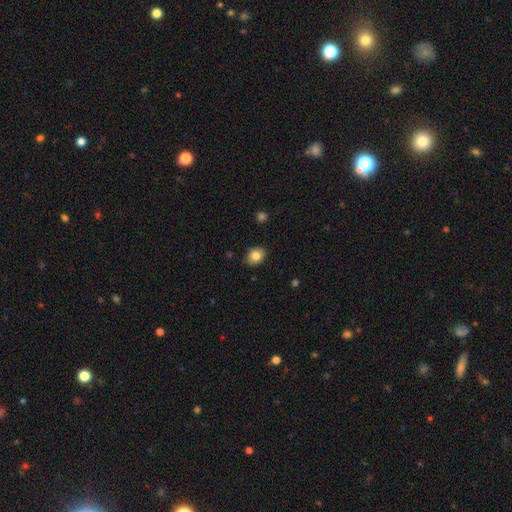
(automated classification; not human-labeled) The model was most divided on "how rounded": round: 51%, in between: 48%, cigar-shaped: 1%. More confident: merging — none (85%); smooth or featured — smooth (83%).